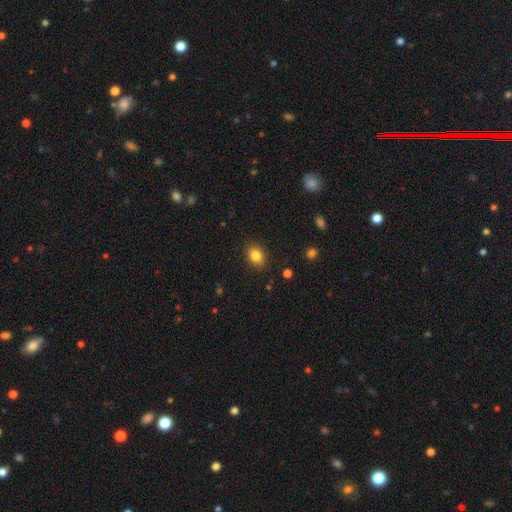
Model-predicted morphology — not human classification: A smooth galaxy with no disk features (84%) that is in between round and cigar-shaped (61%).

Vote fractions:
- Smooth or featured? smooth: 84% / star or artifact: 10% / featured or disk: 6%
- How rounded? in between: 61% / round: 38% / cigar-shaped: 1%
- Merging? none: 88% / minor disturbance: 9% / major disturbance: 2% / merger: 1%